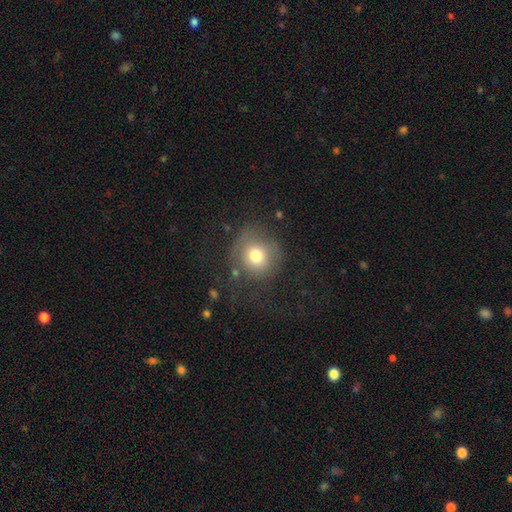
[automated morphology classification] smooth_or_featured: smooth (p=0.73) [alt: featured or disk p=0.16]
how_rounded: round (p=0.87) [alt: in between p=0.12]
merging: none (p=0.58) [alt: minor disturbance p=0.21]